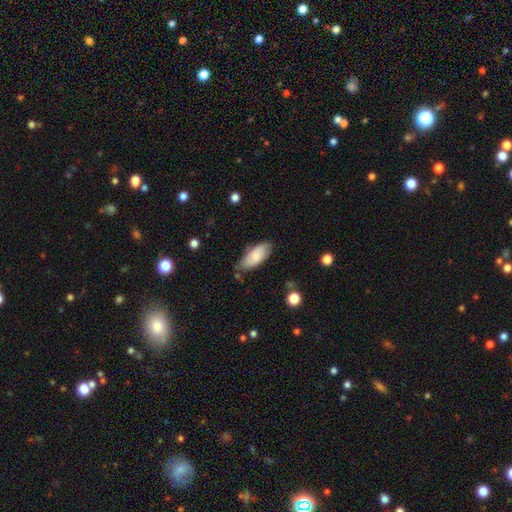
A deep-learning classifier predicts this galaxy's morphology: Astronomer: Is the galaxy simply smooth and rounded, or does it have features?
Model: smooth — 77%.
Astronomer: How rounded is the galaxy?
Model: in between — 86%.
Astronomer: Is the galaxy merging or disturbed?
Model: none — 70%.